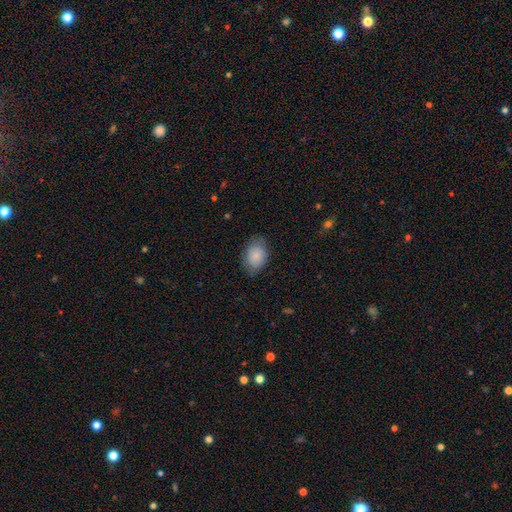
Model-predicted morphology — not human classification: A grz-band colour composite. It shows a smooth galaxy with no disk features (86%) that is in between round and cigar-shaped (79%). Merging: none (77%).